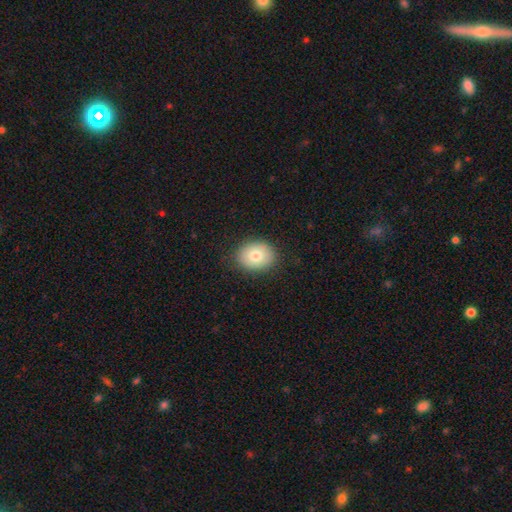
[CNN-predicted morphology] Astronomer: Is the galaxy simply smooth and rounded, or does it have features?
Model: smooth — 77%.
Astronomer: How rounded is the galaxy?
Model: in between — 51% (runner-up: round, 48%).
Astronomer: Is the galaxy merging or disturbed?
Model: none — 86%.